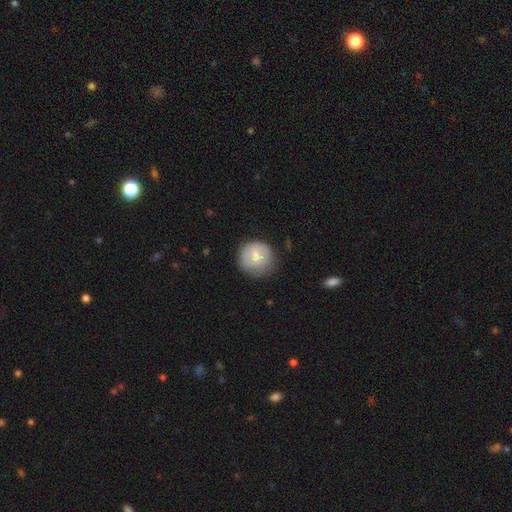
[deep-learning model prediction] smooth-or-featured: smooth: 62% | featured or disk: 31% | star or artifact: 6%
  how-rounded: round: 89% | in between: 10% | cigar-shaped: 1%
  merging: none: 66% | minor disturbance: 23% | major disturbance: 8% | merger: 3%